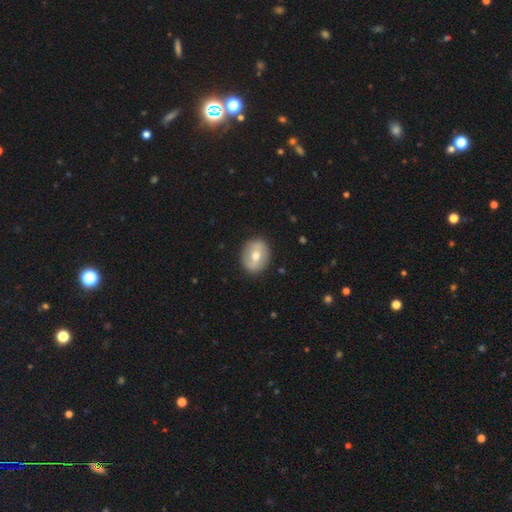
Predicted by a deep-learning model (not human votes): A smooth galaxy with no disk features (52%) that is round (61%). Merging: none (87%).